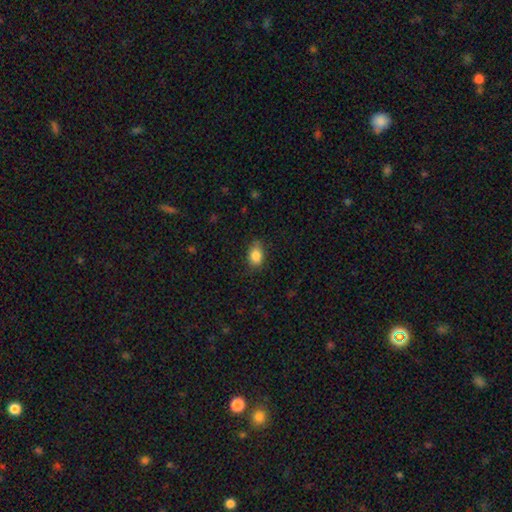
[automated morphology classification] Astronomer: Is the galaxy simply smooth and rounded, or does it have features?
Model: smooth — 85%.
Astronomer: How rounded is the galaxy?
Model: in between — 76%.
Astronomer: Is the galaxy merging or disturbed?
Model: none — 74%.